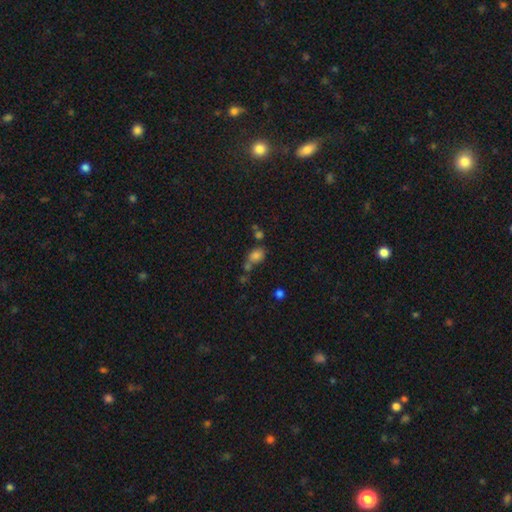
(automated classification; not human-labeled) Smooth or featured? Predicted: smooth (p=0.75). How rounded? Predicted: in between (p=0.70). Merging? Predicted: none (p=0.39).